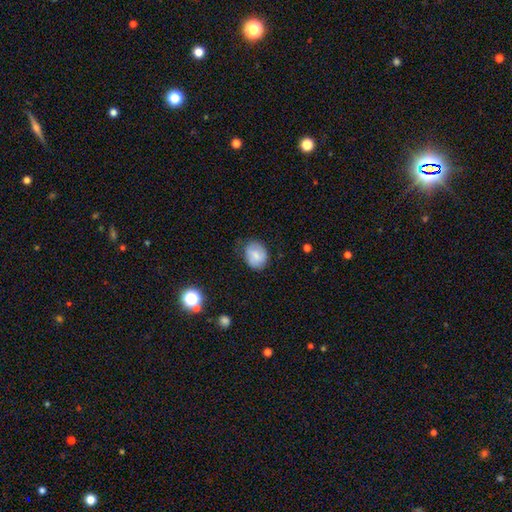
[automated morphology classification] type=smooth (73%); roundness=in between (51%); merging=none (72%).